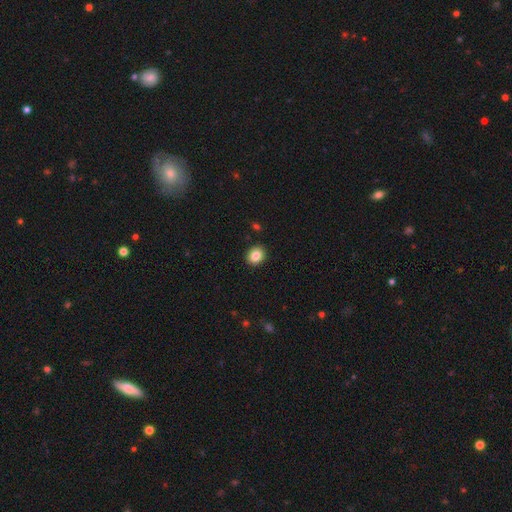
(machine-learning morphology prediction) smooth-or-featured: smooth: 85% | star or artifact: 9% | featured or disk: 6%
  how-rounded: round: 65% | in between: 35% | cigar-shaped: 1%
  merging: none: 91% | minor disturbance: 6% | major disturbance: 2% | merger: 1%